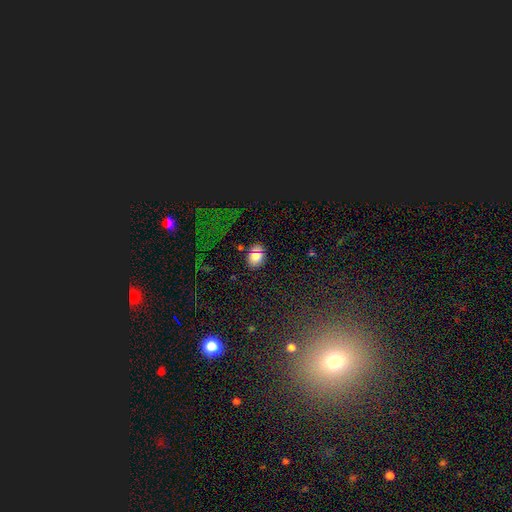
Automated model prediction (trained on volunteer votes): Overall: smooth (75%). How rounded: in between (49%, tied with round). Merging: none (83%).